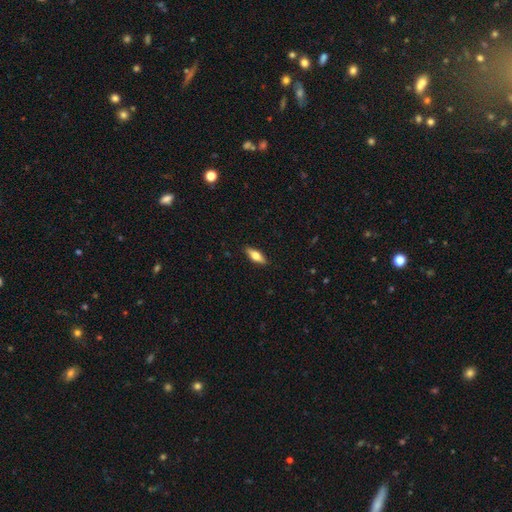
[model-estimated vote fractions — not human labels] Overall: smooth (59%; featured or disk 34%). How rounded: in between (64%; cigar-shaped 33%). Merging: none (88%).